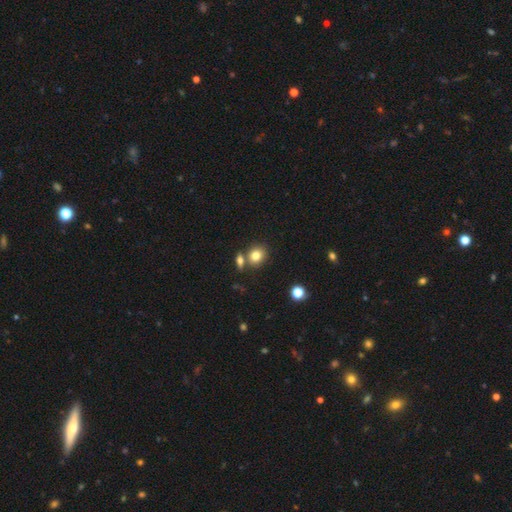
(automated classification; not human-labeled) smooth-or-featured: smooth: 80% | star or artifact: 11% | featured or disk: 9%
  how-rounded: round: 60% | in between: 39% | cigar-shaped: 1%
  merging: none: 64% | merger: 23% | minor disturbance: 10% | major disturbance: 3%